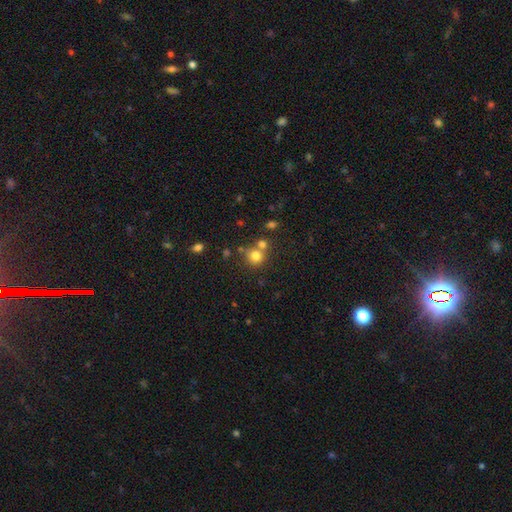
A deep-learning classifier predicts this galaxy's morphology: This is likely a smooth galaxy (76%). How rounded: clearly round (87%). Merging: possibly none (56%).